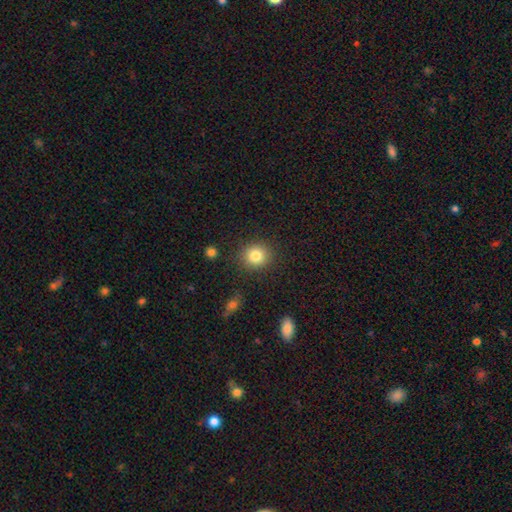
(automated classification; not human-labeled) Smooth or featured?
  - smooth: 83% *
  - star or artifact: 10%
  - featured or disk: 6%
How rounded?
  - round: 84% *
  - in between: 15%
  - cigar-shaped: 1%
Merging?
  - none: 87% *
  - minor disturbance: 8%
  - major disturbance: 3%
  - merger: 2%